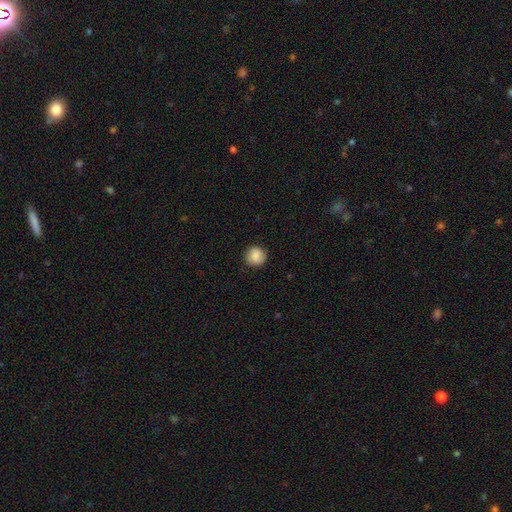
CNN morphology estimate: Smooth or featured: smooth — 86% (star or artifact — 8%)
How rounded: round — 93% (in between — 6%)
Merging: none — 88% (minor disturbance — 9%)